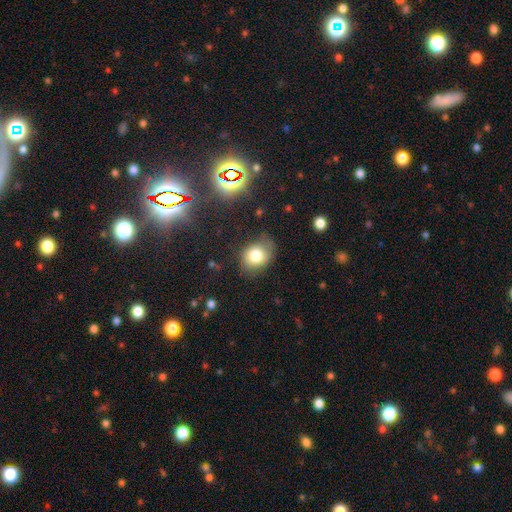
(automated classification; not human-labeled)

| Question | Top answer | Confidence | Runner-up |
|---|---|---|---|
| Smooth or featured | smooth | 78% | featured or disk (12%) |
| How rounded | in between | 51% | round (48%) |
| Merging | none | 68% | minor disturbance (23%) |